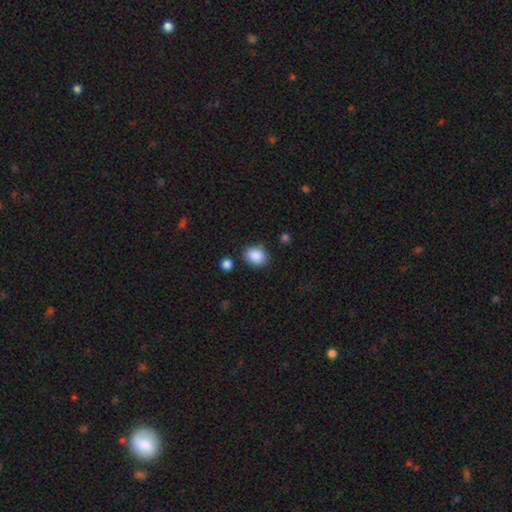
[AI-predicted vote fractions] Smooth or featured: smooth — 88% (star or artifact — 8%)
How rounded: round — 52% (in between — 47%)
Merging: none — 81% (minor disturbance — 12%)